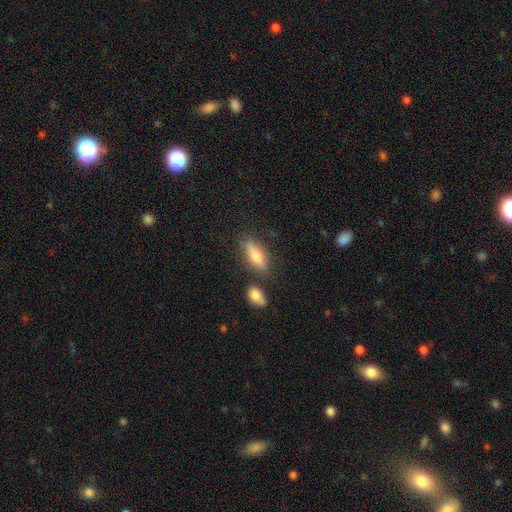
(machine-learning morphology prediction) smooth 65%, featured or disk 27%, star or artifact 8%. Down the decision tree: how rounded — in between (52%); merging — none (73%).